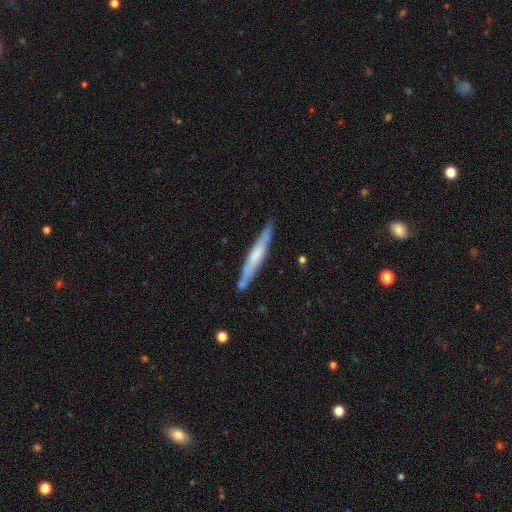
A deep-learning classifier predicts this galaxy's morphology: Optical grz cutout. It shows a featured or disk galaxy (48%). Merging: none (80%).